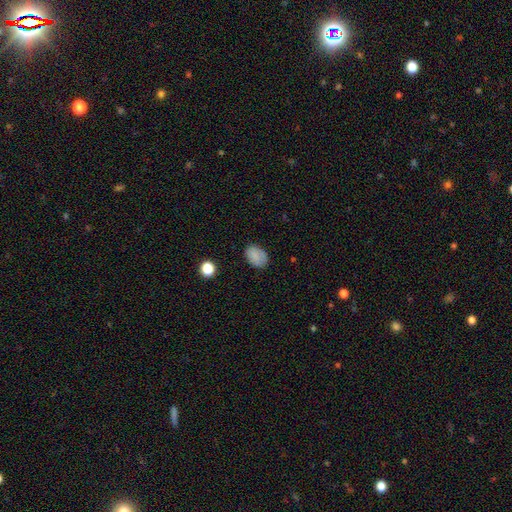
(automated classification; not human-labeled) smooth-or-featured: smooth: 84% | star or artifact: 9% | featured or disk: 7%
  how-rounded: in between: 82% | round: 17% | cigar-shaped: 1%
  merging: none: 82% | minor disturbance: 13% | major disturbance: 3% | merger: 1%